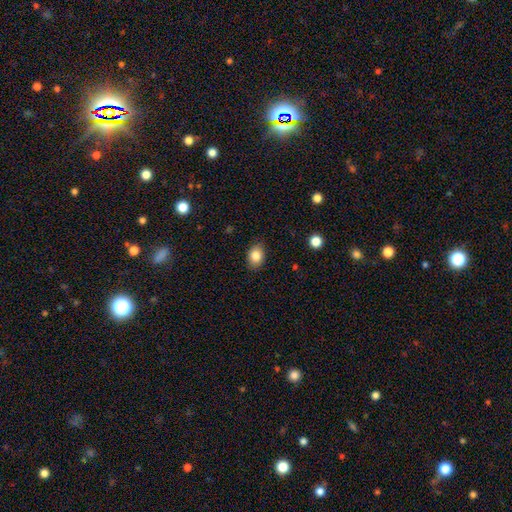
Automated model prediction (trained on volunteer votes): Q: Smooth or featured?
A: smooth (84%); runner-up: star or artifact (9%)
Q: How rounded?
A: in between (74%); runner-up: round (25%)
Q: Merging?
A: none (86%); runner-up: minor disturbance (10%)